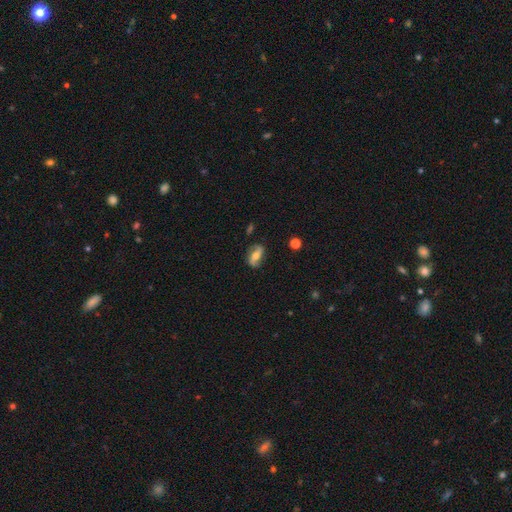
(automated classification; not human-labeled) This appears to be a featured or disk galaxy (65%) with no bar (36%), 2 (90%) loose (61%) spiral arms (86%) and a moderate central bulge (63%). Merging: none (78%).